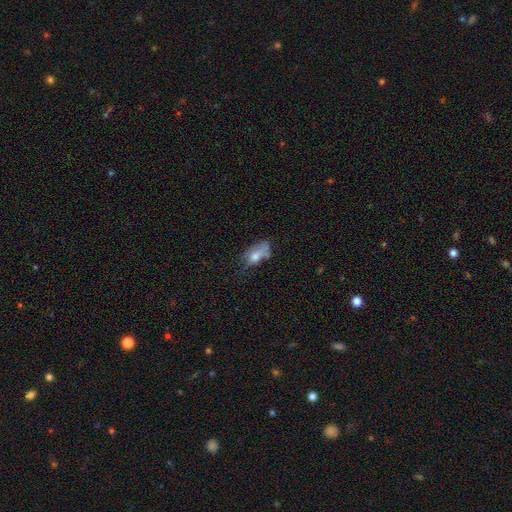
Q: Smooth or featured?
A: smooth (61%); runner-up: featured or disk (36%)
Q: How rounded?
A: in between (77%); runner-up: round (18%)
Q: Merging?
A: none (37%); runner-up: minor disturbance (29%)